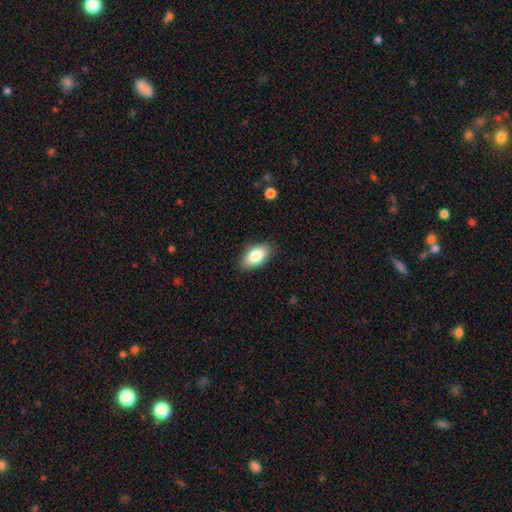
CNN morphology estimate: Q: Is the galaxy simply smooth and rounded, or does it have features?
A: smooth — 83%.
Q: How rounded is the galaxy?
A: in between — 92%.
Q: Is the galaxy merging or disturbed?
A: none — 85%.